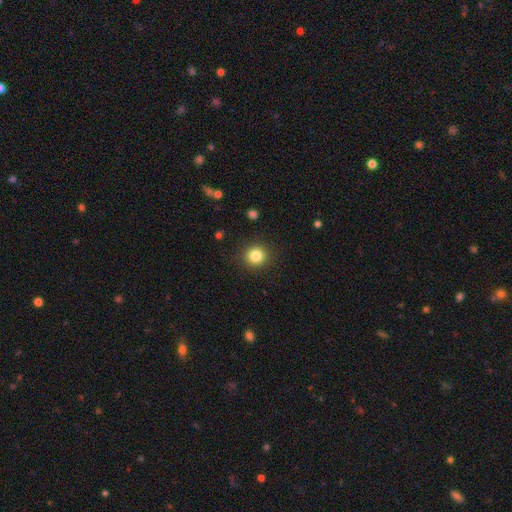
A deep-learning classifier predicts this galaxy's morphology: Smooth or featured?
  - smooth: 83% *
  - star or artifact: 11%
  - featured or disk: 5%
How rounded?
  - round: 92% *
  - in between: 7%
  - cigar-shaped: 1%
Merging?
  - none: 90% *
  - minor disturbance: 6%
  - major disturbance: 2%
  - merger: 1%